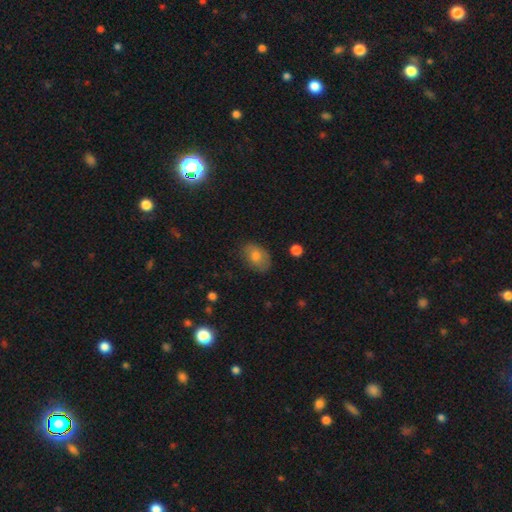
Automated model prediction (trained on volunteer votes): Smooth or featured? smooth (71%)
How rounded? in between (82%)
Merging? none (75%)